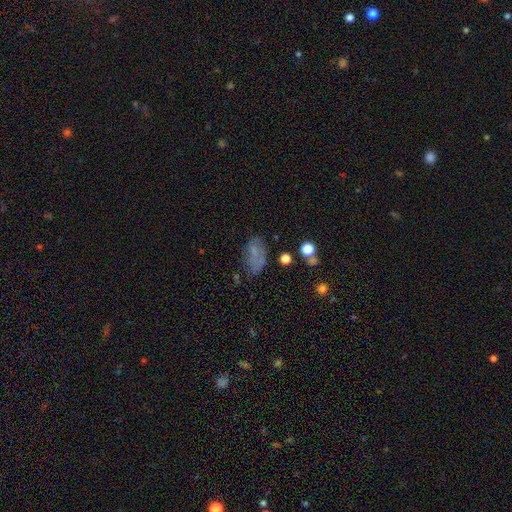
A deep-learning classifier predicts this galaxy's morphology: smooth 51%, featured or disk 30%, star or artifact 18%. Down the decision tree: how rounded — in between (88%); merging — none (55%).